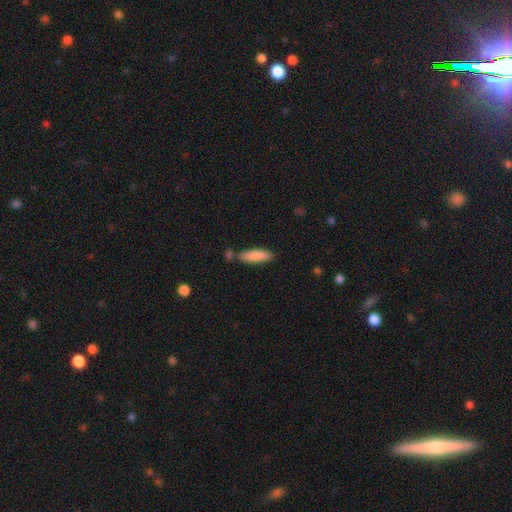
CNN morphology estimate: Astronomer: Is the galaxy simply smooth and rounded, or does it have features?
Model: smooth — 82%.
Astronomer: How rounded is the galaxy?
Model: cigar-shaped — 63%.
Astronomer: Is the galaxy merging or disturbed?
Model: none — 74%.